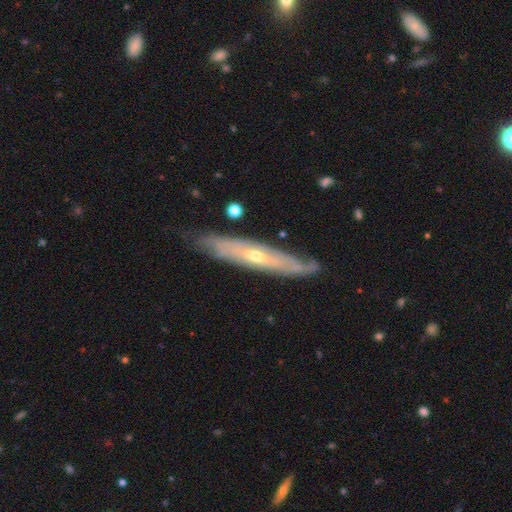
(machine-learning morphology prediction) A featured or disk galaxy (74%) viewed edge-on (61%).

Vote fractions:
- Smooth or featured? featured or disk: 74% / smooth: 20% / star or artifact: 6%
- Edge-on disk? yes: 61% / no: 39%
- Merging? none: 80% / minor disturbance: 16% / major disturbance: 3% / merger: 2%